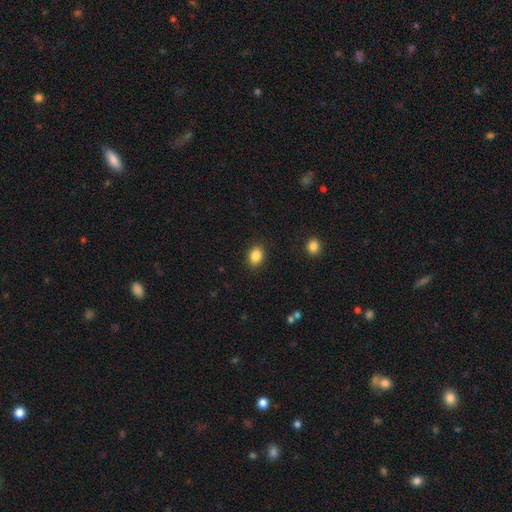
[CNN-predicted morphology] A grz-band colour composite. It shows a smooth galaxy with no disk features (86%) that is in between round and cigar-shaped (63%). Merging: none (89%).